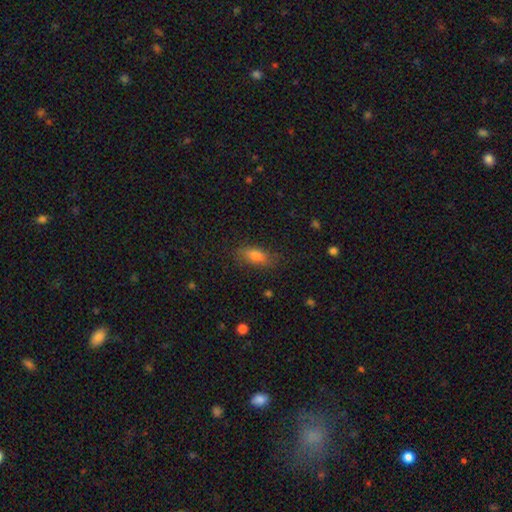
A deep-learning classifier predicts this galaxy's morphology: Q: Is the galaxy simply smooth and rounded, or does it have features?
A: smooth — 77%.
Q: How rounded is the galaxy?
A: in between — 76%.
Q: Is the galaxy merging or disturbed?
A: none — 78%.